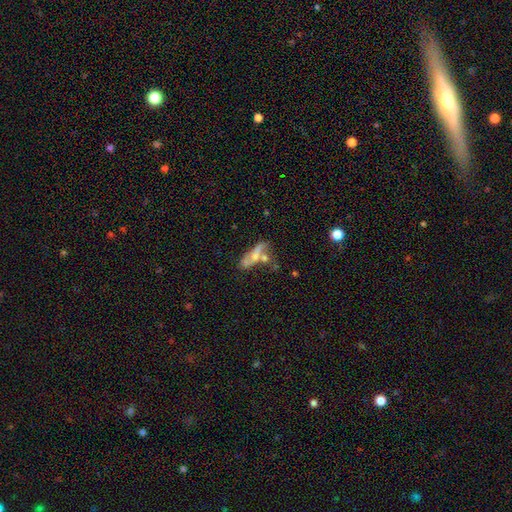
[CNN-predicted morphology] smooth-or-featured: featured or disk: 46% | smooth: 44% | star or artifact: 10%
  merging: merger: 39% | none: 28% | major disturbance: 16% | minor disturbance: 16%